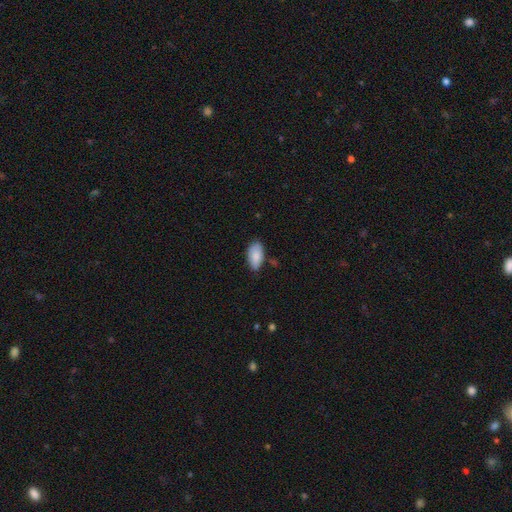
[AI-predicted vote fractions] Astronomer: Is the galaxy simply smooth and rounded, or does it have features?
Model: smooth — 85%.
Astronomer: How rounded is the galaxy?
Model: in between — 94%.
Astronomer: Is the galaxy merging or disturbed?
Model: none — 72%.